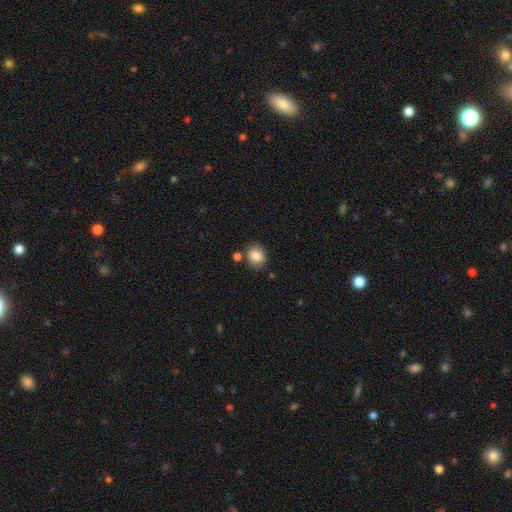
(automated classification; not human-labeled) A smooth galaxy with no disk features (85%) that is round (71%). Merging: none (77%).